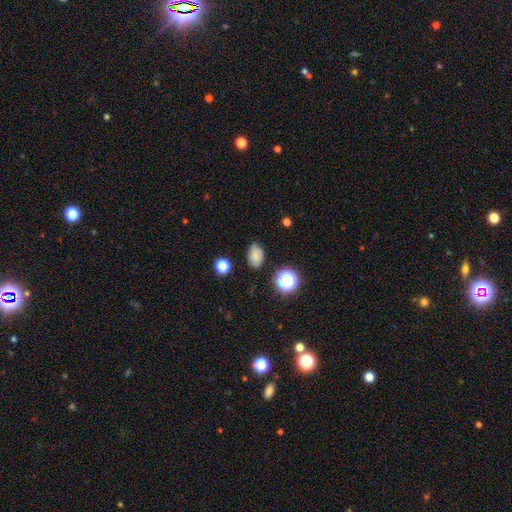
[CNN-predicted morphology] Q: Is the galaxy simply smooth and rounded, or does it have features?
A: smooth — 77%.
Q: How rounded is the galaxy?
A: in between — 82%.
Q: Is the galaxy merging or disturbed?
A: none — 78%.